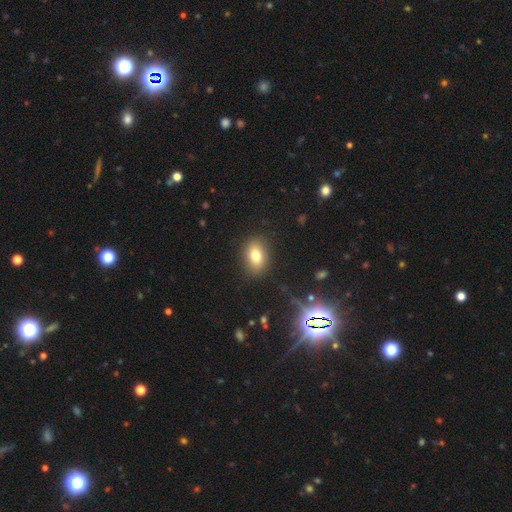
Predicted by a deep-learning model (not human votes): Q: Smooth or featured?
A: smooth (77%); runner-up: star or artifact (12%)
Q: How rounded?
A: in between (78%); runner-up: round (20%)
Q: Merging?
A: none (86%); runner-up: minor disturbance (10%)